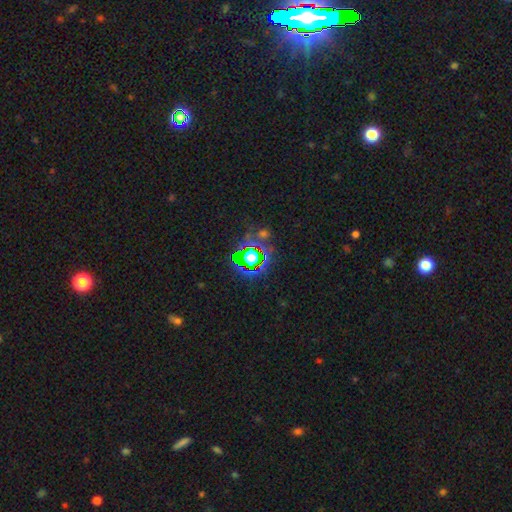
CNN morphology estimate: Overall: star or artifact (66%).